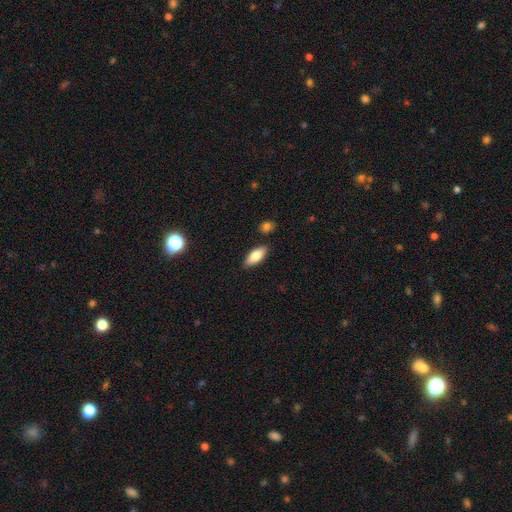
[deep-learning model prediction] smooth 80%, featured or disk 14%, star or artifact 6%. Down the decision tree: how rounded — in between (78%); merging — none (85%).